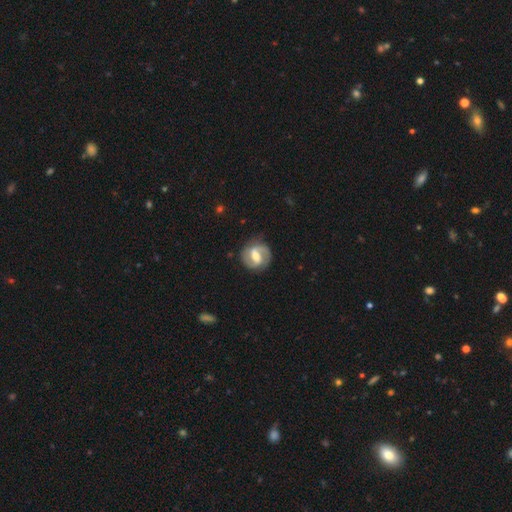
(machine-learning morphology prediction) Smooth or featured: featured or disk — 84% (smooth — 11%)
Edge-on disk: no — 98% (yes — 2%)
Bar: strong — 45% (weak — 43%)
Spiral arms: yes — 94% (no — 6%)
Spiral winding: medium — 51% (tight — 32%)
Spiral arm count: 2 — 91% (can't tell — 3%)
Bulge size: moderate — 61% (small — 20%)
Merging: none — 82% (minor disturbance — 12%)